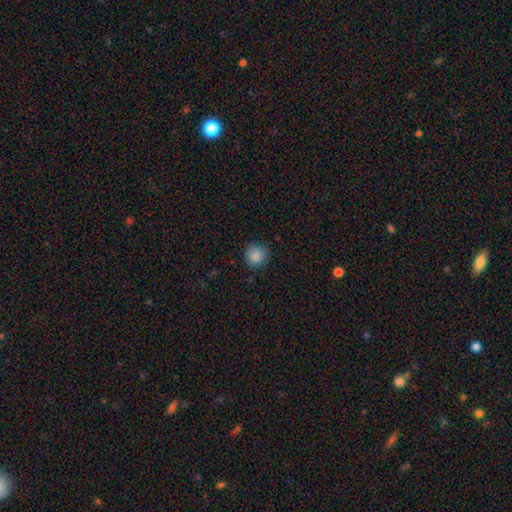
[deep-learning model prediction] Smooth or featured: smooth — 86% (star or artifact — 10%)
How rounded: round — 91% (in between — 8%)
Merging: none — 83% (minor disturbance — 13%)